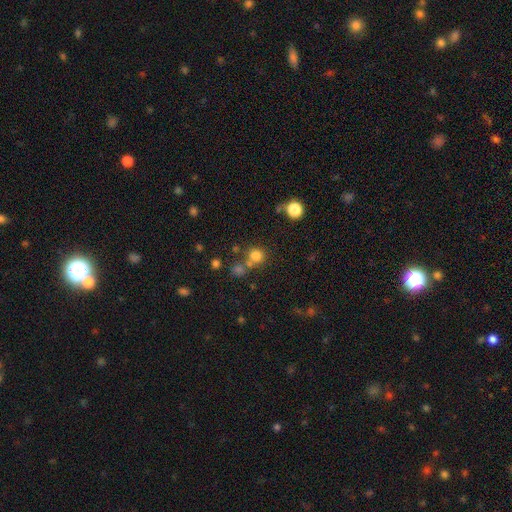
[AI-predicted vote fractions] This is likely a smooth galaxy (77%). How rounded: clearly round (88%). Merging: likely none (63%).